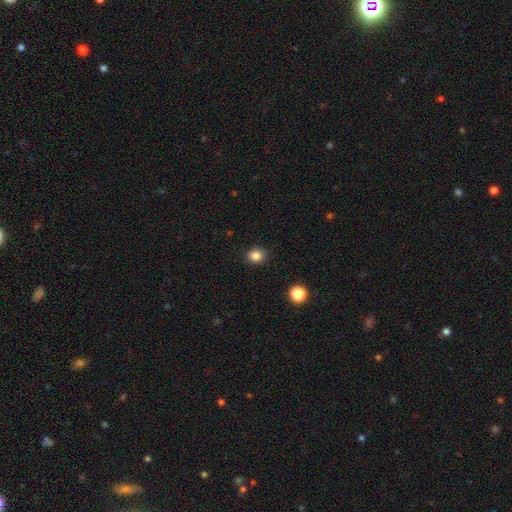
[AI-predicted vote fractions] This is clearly a smooth galaxy (84%). How rounded: likely round (70%). Merging: clearly none (89%).